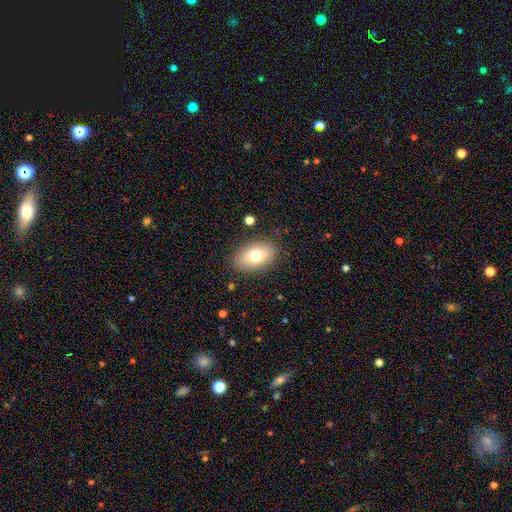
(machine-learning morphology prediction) Smooth or featured?
  - smooth: 73% *
  - featured or disk: 18%
  - star or artifact: 9%
How rounded?
  - in between: 88% *
  - round: 10%
  - cigar-shaped: 1%
Merging?
  - none: 86% *
  - minor disturbance: 10%
  - major disturbance: 3%
  - merger: 1%